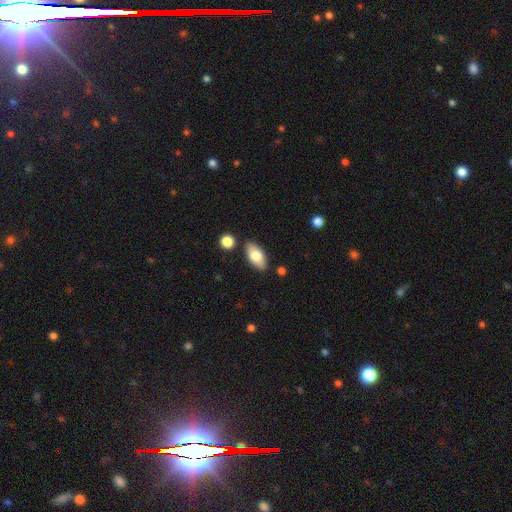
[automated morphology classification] Overall: smooth (77%). How rounded: in between (91%). Merging: none (85%).